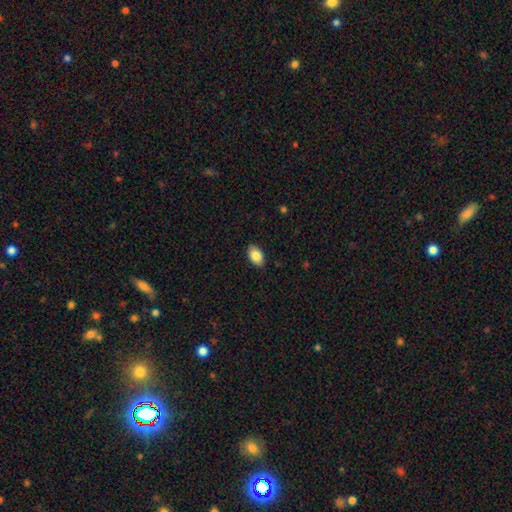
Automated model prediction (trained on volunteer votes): Overall: smooth (87%). How rounded: in between (92%). Merging: none (88%).